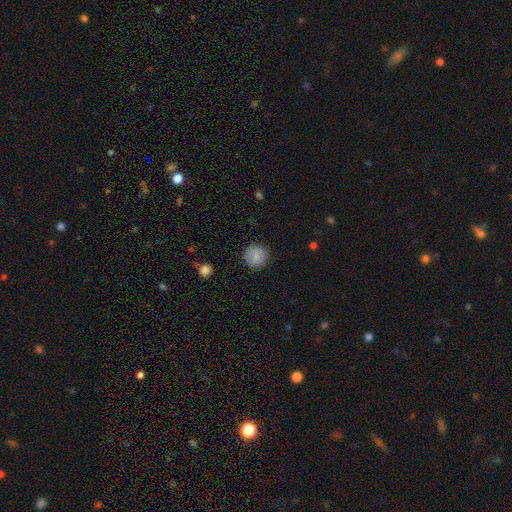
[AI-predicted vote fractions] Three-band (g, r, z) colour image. It shows a smooth galaxy with no disk features (85%) that is round (93%). Merging: none (87%).